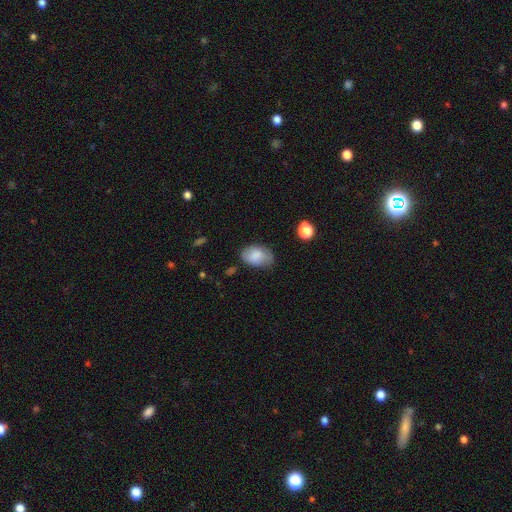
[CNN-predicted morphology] smooth-or-featured: smooth: 79% | featured or disk: 14% | star or artifact: 8%
  how-rounded: in between: 87% | round: 12% | cigar-shaped: 1%
  merging: none: 67% | minor disturbance: 25% | major disturbance: 6% | merger: 2%